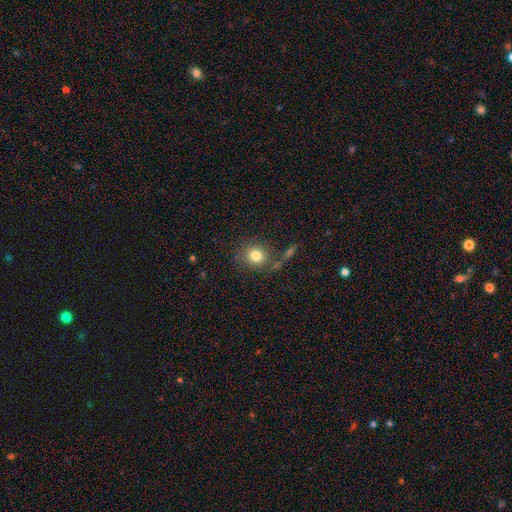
Q: Smooth or featured?
A: smooth (75%); runner-up: featured or disk (15%)
Q: How rounded?
A: round (100%)
Q: Merging?
A: none (72%); runner-up: major disturbance (17%)